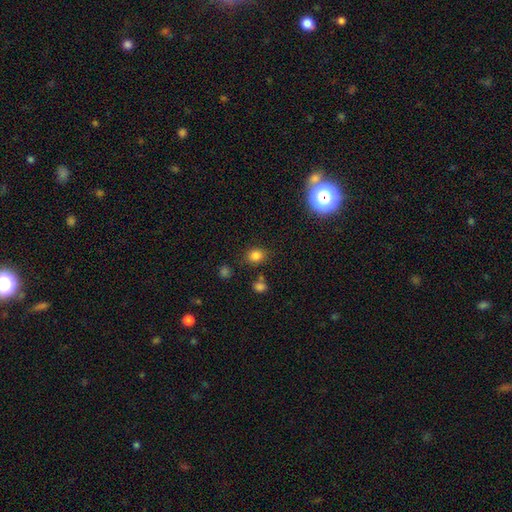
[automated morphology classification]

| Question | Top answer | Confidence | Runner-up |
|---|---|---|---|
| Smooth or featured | smooth | 82% | star or artifact (13%) |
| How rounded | round | 58% | in between (40%) |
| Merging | none | 78% | minor disturbance (13%) |